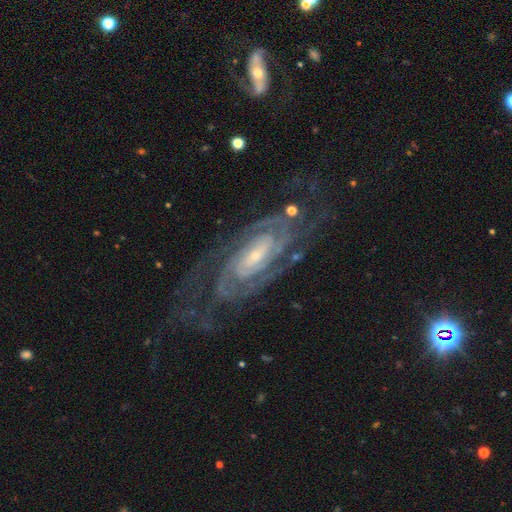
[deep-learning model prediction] A featured or disk galaxy (90%) with no bar (42%), 2 (53%) tight (72%) spiral arms (98%) and a small central bulge (71%). Merging: none (73%).